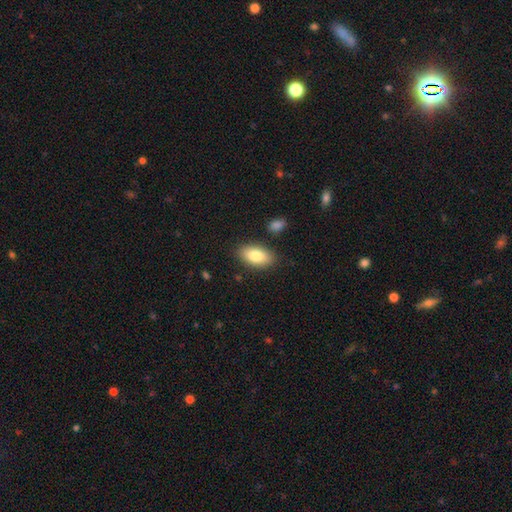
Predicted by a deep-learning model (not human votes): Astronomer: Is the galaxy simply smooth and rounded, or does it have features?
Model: smooth — 83%.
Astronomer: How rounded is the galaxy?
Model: in between — 92%.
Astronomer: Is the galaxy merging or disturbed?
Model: none — 85%.